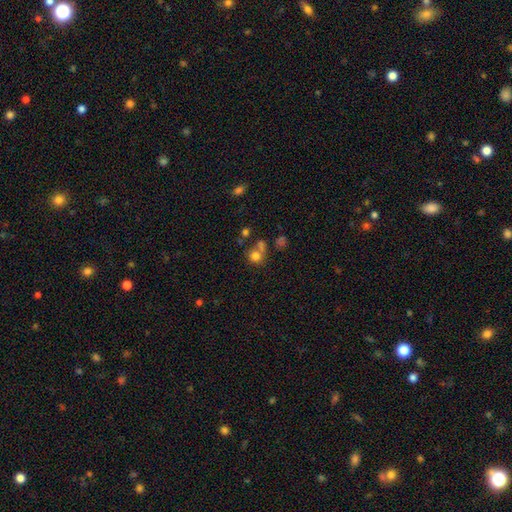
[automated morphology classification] Smooth or featured: smooth — 76% (star or artifact — 15%)
How rounded: round — 85% (in between — 14%)
Merging: none — 52% (merger — 32%)